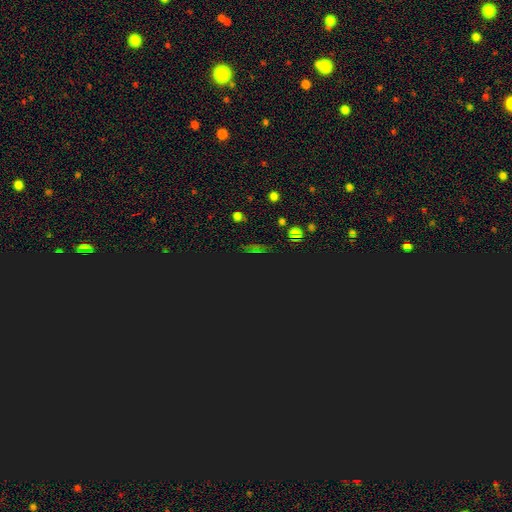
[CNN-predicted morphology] smooth-or-featured: star or artifact: 73% | smooth: 19% | featured or disk: 8%